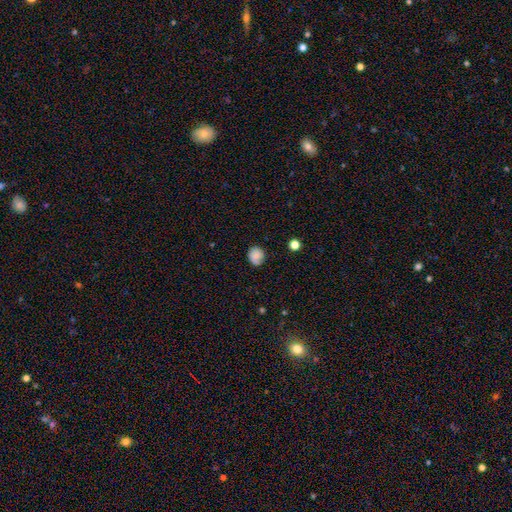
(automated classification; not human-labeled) smooth-or-featured: smooth: 76% | featured or disk: 14% | star or artifact: 10%
  how-rounded: round: 76% | in between: 23% | cigar-shaped: 1%
  merging: none: 72% | minor disturbance: 21% | major disturbance: 5% | merger: 2%